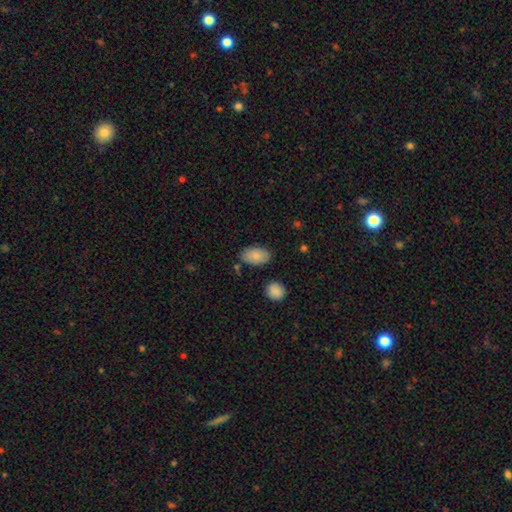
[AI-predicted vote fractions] Smooth or featured? smooth (86%)
How rounded? in between (93%)
Merging? none (80%)